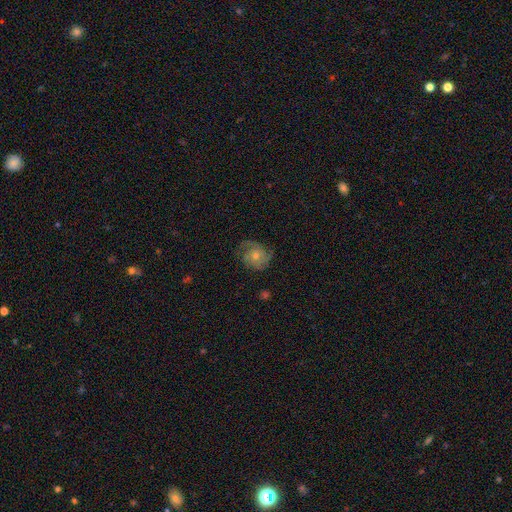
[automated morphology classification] type=featured or disk (70%); edge-on=no (97%); bar=no (78%); spiral arms=yes (92%); winding=tight (48%); arm count=2 (32%); bulge=small (48%); merging=none (72%).